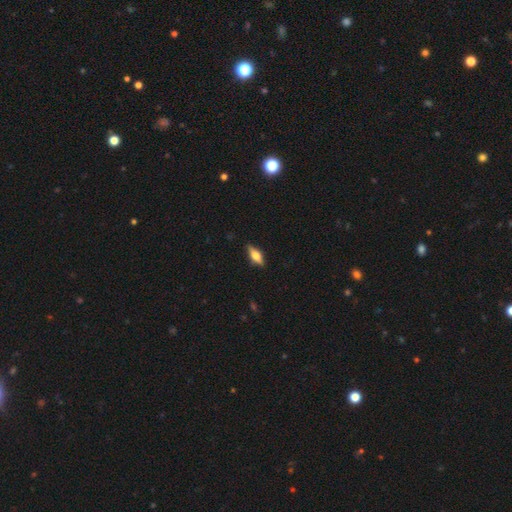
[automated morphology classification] Overall: smooth (47%; featured or disk 45%). Merging: none (86%).